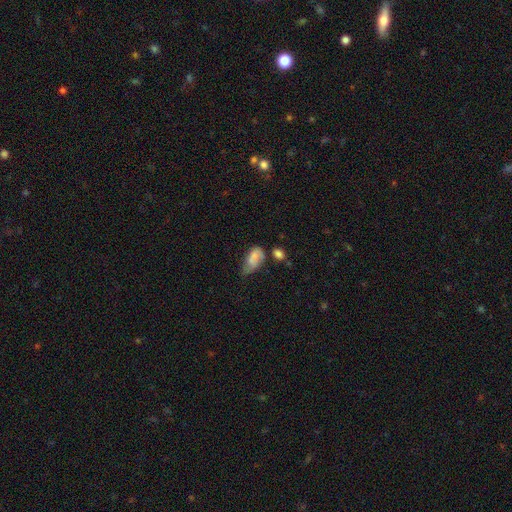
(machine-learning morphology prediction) Smooth or featured? Predicted: smooth (p=0.75). How rounded? Predicted: in between (p=0.90). Merging? Predicted: minor disturbance (p=0.41).